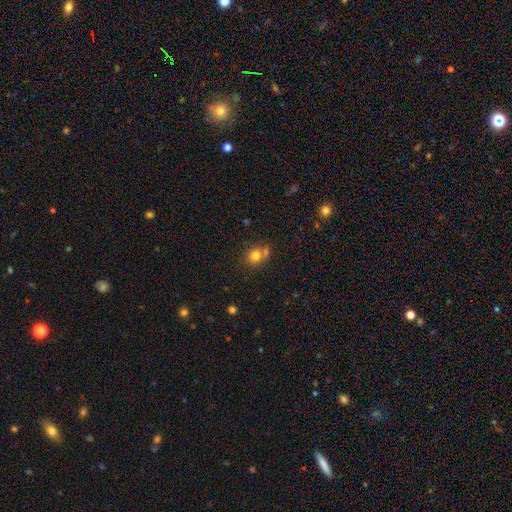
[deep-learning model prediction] smooth 78%, star or artifact 12%, featured or disk 10%. Down the decision tree: how rounded — round (75%); merging — none (55%).